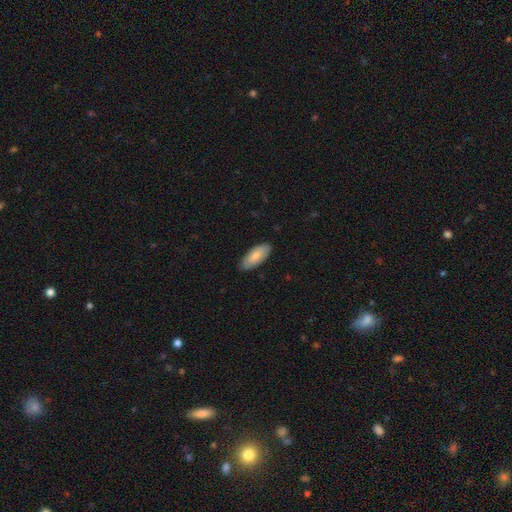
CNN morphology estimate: type=smooth (78%); roundness=in between (86%); merging=none (85%).